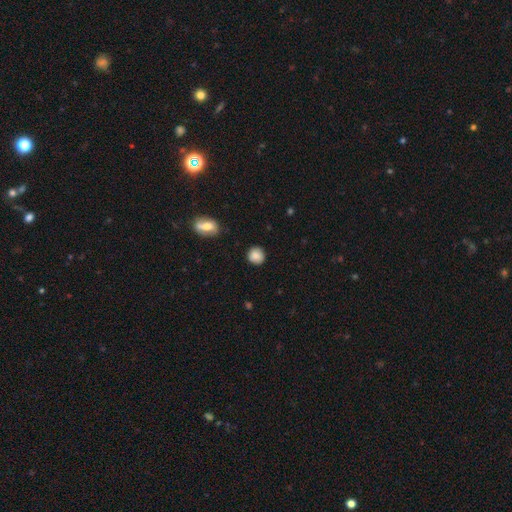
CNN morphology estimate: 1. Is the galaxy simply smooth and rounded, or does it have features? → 84% smooth, 9% star or artifact, 7% featured or disk.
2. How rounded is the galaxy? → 89% round, 10% in between, 1% cigar-shaped.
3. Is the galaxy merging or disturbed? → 86% none, 10% minor disturbance, 2% major disturbance, 2% merger.